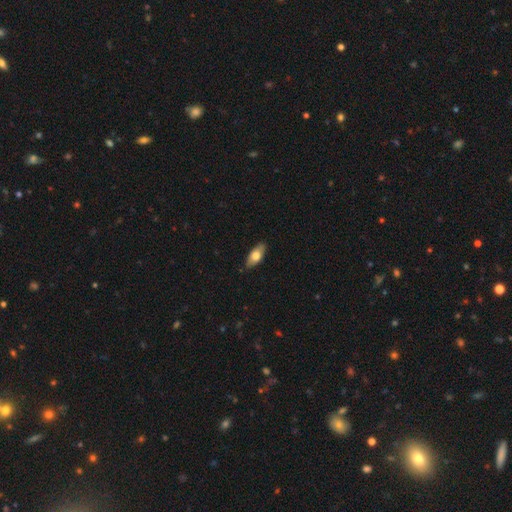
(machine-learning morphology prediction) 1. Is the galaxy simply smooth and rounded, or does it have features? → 68% smooth, 26% featured or disk, 6% star or artifact.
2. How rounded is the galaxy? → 84% in between, 13% cigar-shaped, 3% round.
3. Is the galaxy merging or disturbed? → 85% none, 12% minor disturbance, 2% major disturbance, 1% merger.